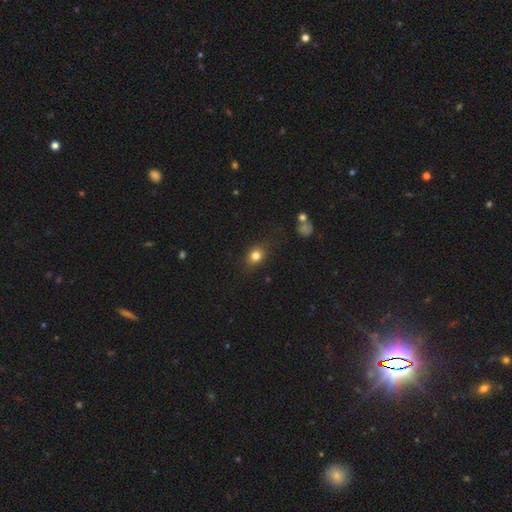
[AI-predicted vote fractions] Overall: smooth (80%). How rounded: round (55%; in between 43%). Merging: none (80%).